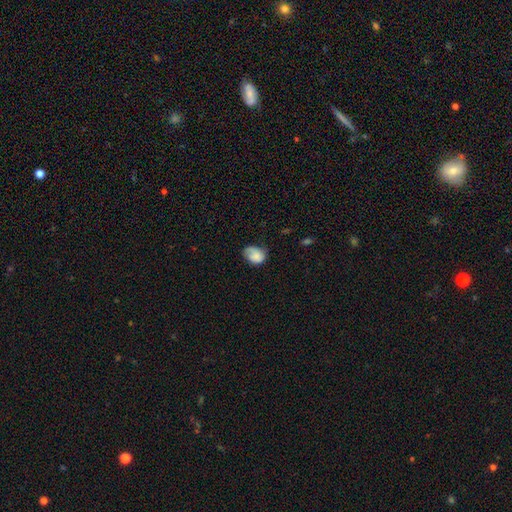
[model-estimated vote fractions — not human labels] Smooth or featured?
  - smooth: 67% *
  - featured or disk: 26%
  - star or artifact: 8%
How rounded?
  - in between: 66% *
  - round: 33%
  - cigar-shaped: 1%
Merging?
  - none: 43% *
  - minor disturbance: 37%
  - major disturbance: 18%
  - merger: 2%